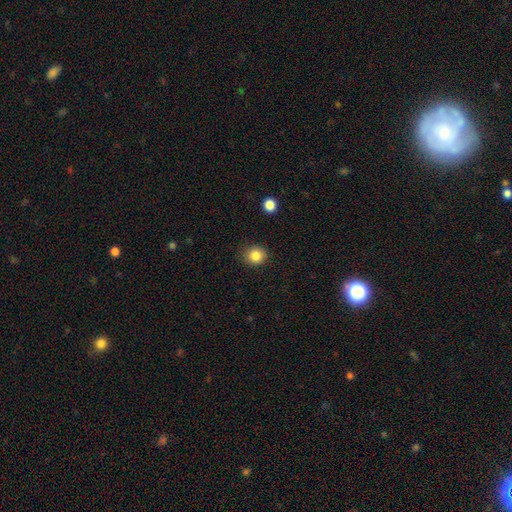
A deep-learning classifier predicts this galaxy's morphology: Smooth or featured: smooth — 85% (star or artifact — 10%)
How rounded: round — 83% (in between — 16%)
Merging: none — 87% (minor disturbance — 9%)